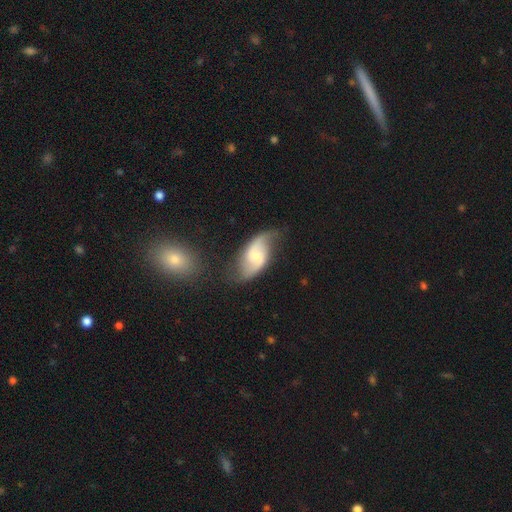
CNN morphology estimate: smooth-or-featured: featured or disk: 75% | smooth: 19% | star or artifact: 6%
  disk-edge-on: no: 96% | yes: 4%
    bar: weak: 49% | no: 36% | strong: 15%
    has-spiral-arms: yes: 93% | no: 7%
      spiral-winding: loose: 72% | medium: 22% | tight: 6%
      spiral-arm-count: 2: 91% | can't tell: 4% | 1: 3% | 3: 1% | 4: 1% | more than 4: 1%
    bulge-size: small: 44% | moderate: 43% | large: 6% | none: 6% | dominant: 2%
  merging: none: 64% | minor disturbance: 22% | major disturbance: 10% | merger: 4%